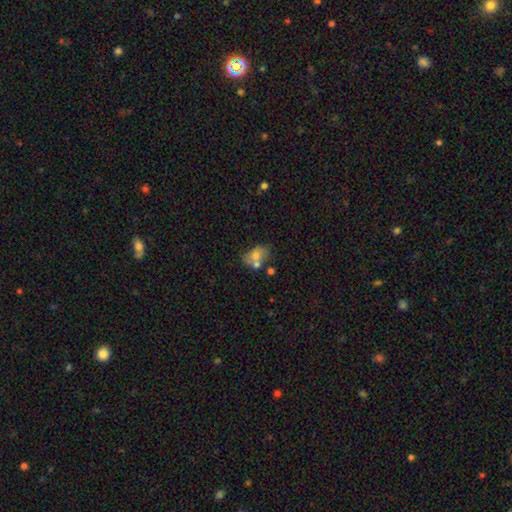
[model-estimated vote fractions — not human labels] A smooth galaxy with no disk features (66%) that is in between round and cigar-shaped (74%).

Vote fractions:
- Smooth or featured? smooth: 66% / featured or disk: 24% / star or artifact: 10%
- How rounded? in between: 74% / round: 25% / cigar-shaped: 1%
- Merging? none: 39% / merger: 32% / minor disturbance: 20% / major disturbance: 9%